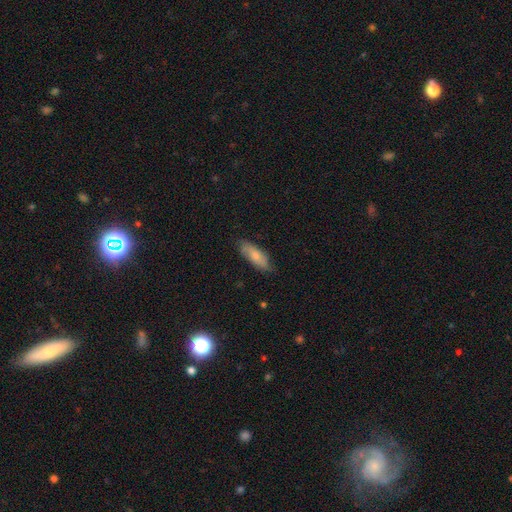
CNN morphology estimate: The model was most divided on "how rounded": in between: 68%, cigar-shaped: 30%, round: 2%. More confident: merging — none (76%); smooth or featured — smooth (67%).